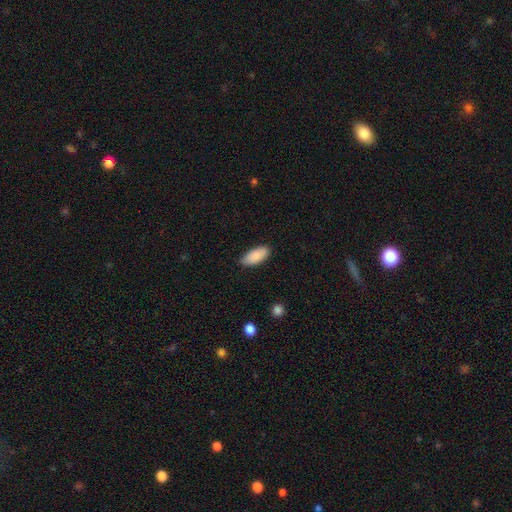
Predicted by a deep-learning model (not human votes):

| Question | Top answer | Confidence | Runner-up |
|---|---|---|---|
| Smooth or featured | smooth | 89% | star or artifact (6%) |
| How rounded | in between | 89% | cigar-shaped (9%) |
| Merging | none | 83% | minor disturbance (14%) |